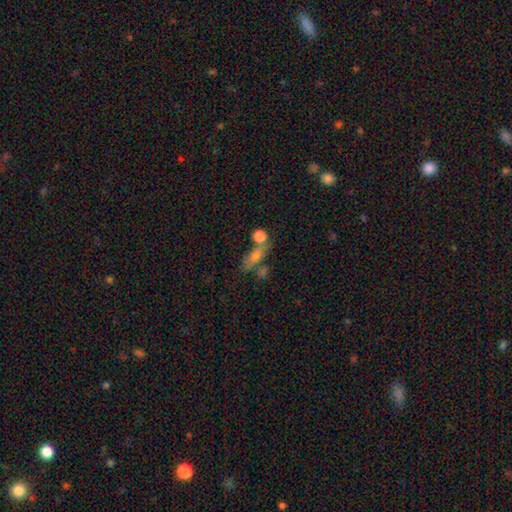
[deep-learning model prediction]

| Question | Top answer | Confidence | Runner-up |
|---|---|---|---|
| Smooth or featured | smooth | 58% | featured or disk (25%) |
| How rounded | in between | 52% | cigar-shaped (29%) |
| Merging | none | 48% | merger (27%) |